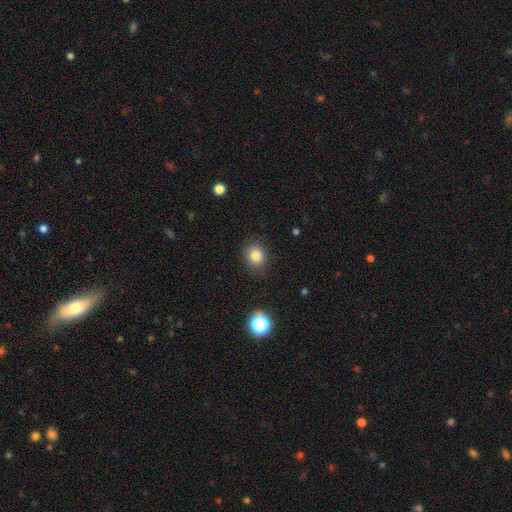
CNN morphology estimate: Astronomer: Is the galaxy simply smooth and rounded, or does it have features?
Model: smooth — 83%.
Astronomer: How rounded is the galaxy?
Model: round — 69%.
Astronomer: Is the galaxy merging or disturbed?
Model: none — 85%.